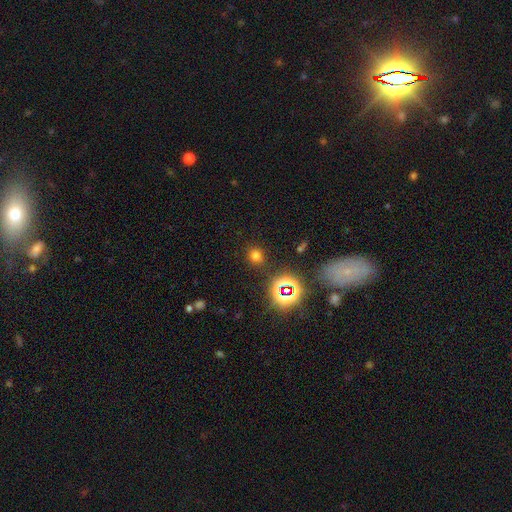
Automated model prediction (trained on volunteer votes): Overall: smooth (66%; star or artifact 28%). How rounded: round (85%). Merging: none (87%).